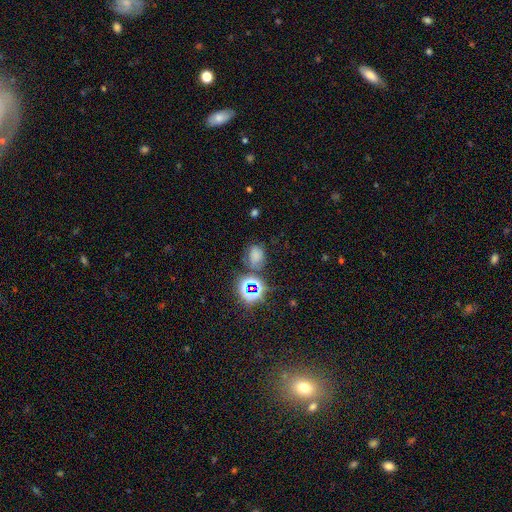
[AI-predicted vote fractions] This appears to be a smooth galaxy with no disk features (53%) that is in between round and cigar-shaped (53%). Merging: none (58%).